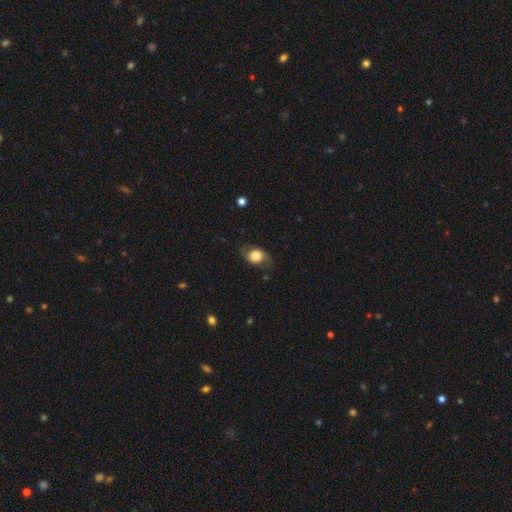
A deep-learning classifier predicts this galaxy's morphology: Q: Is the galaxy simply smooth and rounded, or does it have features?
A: smooth — 60%.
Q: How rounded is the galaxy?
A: in between — 66%.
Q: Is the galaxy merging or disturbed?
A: none — 66%.